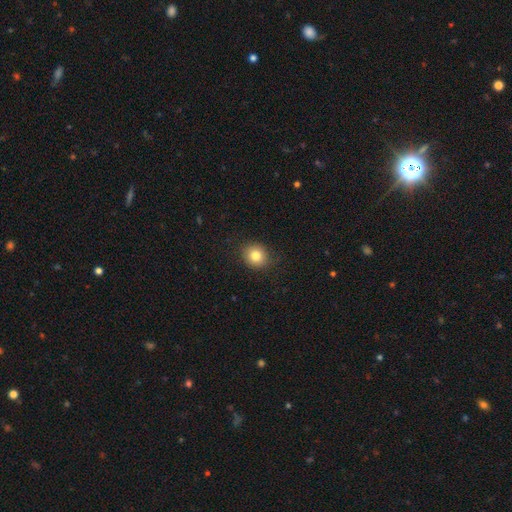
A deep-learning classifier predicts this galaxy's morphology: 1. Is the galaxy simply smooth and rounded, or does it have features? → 82% smooth, 11% star or artifact, 8% featured or disk.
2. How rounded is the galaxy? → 78% round, 21% in between, 1% cigar-shaped.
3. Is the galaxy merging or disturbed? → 88% none, 9% minor disturbance, 2% major disturbance, 1% merger.